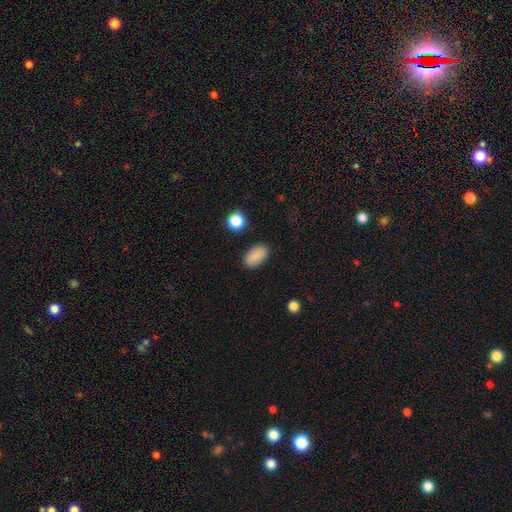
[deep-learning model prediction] Smooth or featured: smooth — 86% (star or artifact — 8%)
How rounded: in between — 92% (round — 6%)
Merging: none — 86% (minor disturbance — 10%)